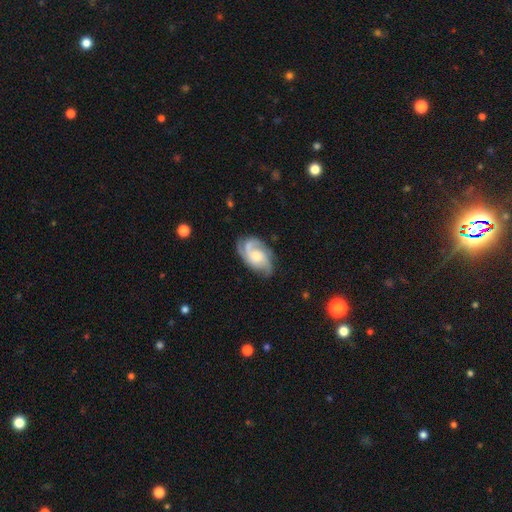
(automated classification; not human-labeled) featured or disk 84%, smooth 11%, star or artifact 5%. Down the decision tree: edge-on disk — no (97%); bar — no (67%); spiral arms — yes (97%); spiral arm count — 3 (52%); spiral winding — medium (46%); bulge size — moderate (52%); merging — none (69%).